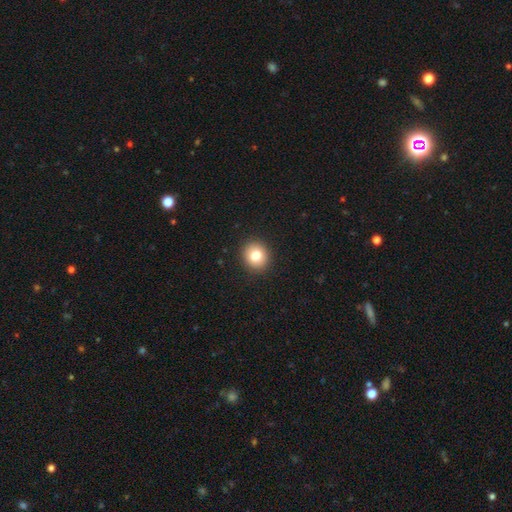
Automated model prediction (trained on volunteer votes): smooth 79%, star or artifact 11%, featured or disk 10%. Down the decision tree: how rounded — round (85%); merging — none (91%).